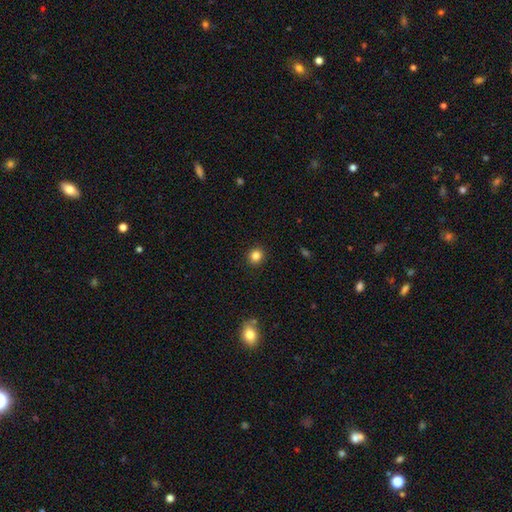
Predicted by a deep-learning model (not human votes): smooth 84%, star or artifact 12%, featured or disk 5%. Down the decision tree: how rounded — round (87%); merging — none (92%).